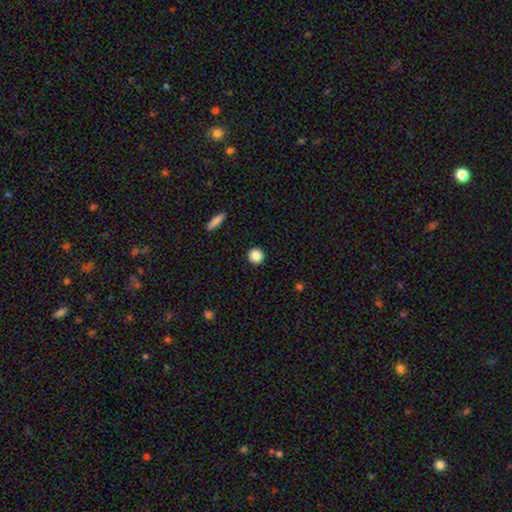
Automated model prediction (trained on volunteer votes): smooth-or-featured: smooth: 86% | star or artifact: 10% | featured or disk: 4%
  how-rounded: round: 95% | in between: 4% | cigar-shaped: 1%
  merging: none: 93% | minor disturbance: 4% | major disturbance: 2% | merger: 1%